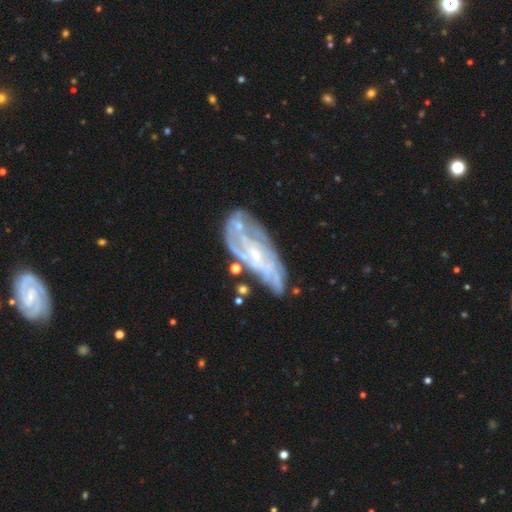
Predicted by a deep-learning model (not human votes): A featured or disk galaxy (79%) with no bar (60%), tight (54%) spiral arms (77%) and a small central bulge (74%).

Vote fractions:
- Smooth or featured? featured or disk: 79% / smooth: 13% / star or artifact: 7%
- Edge-on disk? no: 89% / yes: 11%
- Bar? no: 60% / weak: 30% / strong: 10%
- Spiral arms? yes: 77% / no: 23%
- Spiral winding? tight: 54% / medium: 32% / loose: 14%
- Spiral arm count? can't tell: 52% / 2: 17% / 3: 12% / 4: 9% / more than 4: 5% / 1: 5%
- Bulge size? small: 74% / moderate: 16% / none: 8% / large: 1% / dominant: 1%
- Merging? none: 56% / minor disturbance: 23% / major disturbance: 13% / merger: 8%